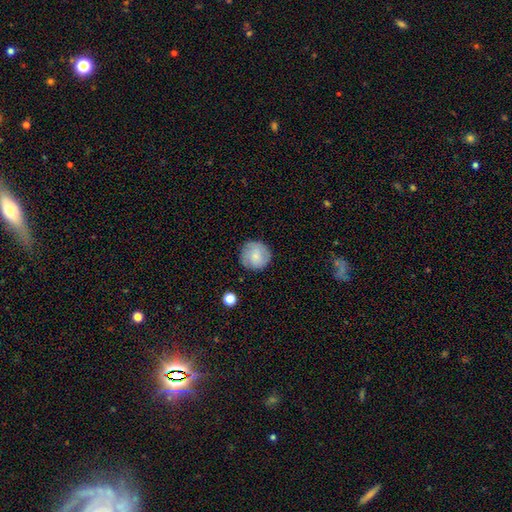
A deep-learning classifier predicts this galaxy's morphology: A smooth galaxy with no disk features (62%) that is round (94%).

Vote fractions:
- Smooth or featured? smooth: 62% / featured or disk: 30% / star or artifact: 8%
- How rounded? round: 94% / in between: 5% / cigar-shaped: 1%
- Merging? none: 82% / minor disturbance: 13% / major disturbance: 3% / merger: 1%